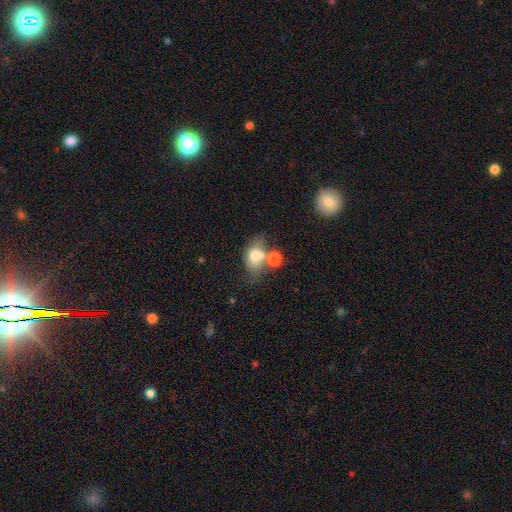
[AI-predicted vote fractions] Smooth or featured: smooth — 66% (featured or disk — 22%)
How rounded: in between — 71% (round — 27%)
Merging: merger — 40% (none — 33%)